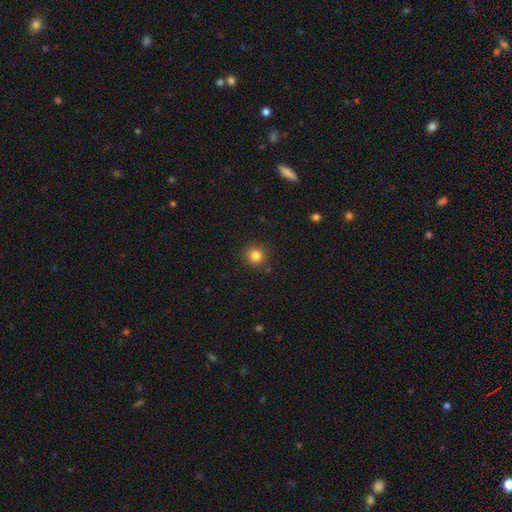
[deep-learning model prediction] Smooth or featured?
  - smooth: 82% *
  - star or artifact: 12%
  - featured or disk: 6%
How rounded?
  - round: 92% *
  - in between: 7%
  - cigar-shaped: 1%
Merging?
  - none: 89% *
  - minor disturbance: 7%
  - major disturbance: 2%
  - merger: 2%